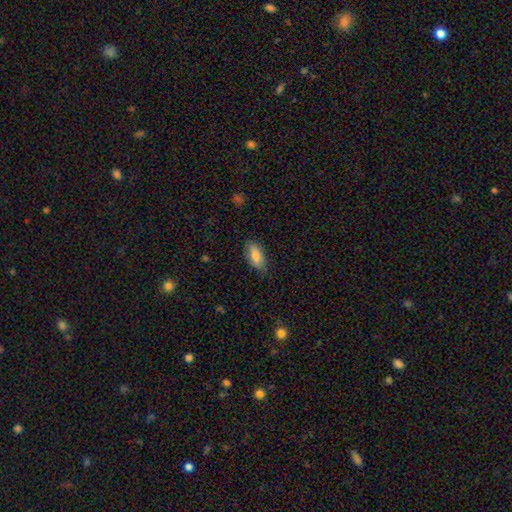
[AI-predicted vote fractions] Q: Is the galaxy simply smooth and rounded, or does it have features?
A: smooth — 85%.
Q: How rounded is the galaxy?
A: in between — 89%.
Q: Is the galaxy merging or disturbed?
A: none — 78%.